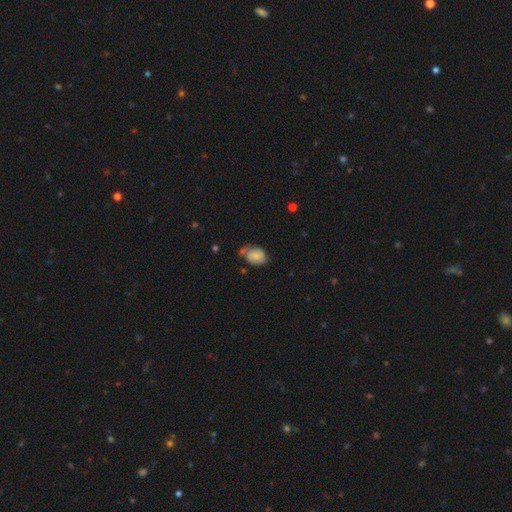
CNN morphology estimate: Smooth or featured: smooth — 73% (featured or disk — 19%)
How rounded: in between — 76% (round — 23%)
Merging: none — 48% (minor disturbance — 30%)